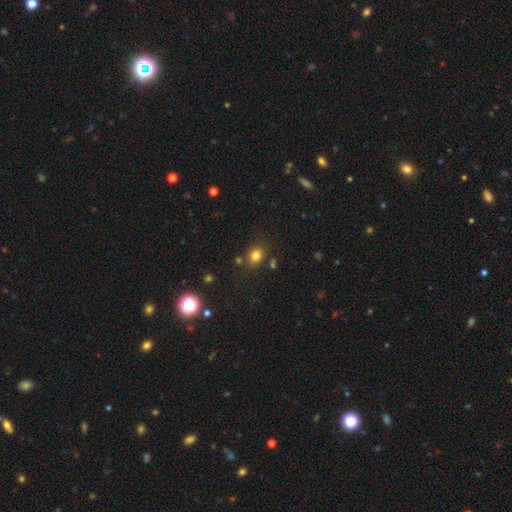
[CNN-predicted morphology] Smooth or featured? Predicted: smooth (p=0.79). How rounded? Predicted: round (p=0.58). Merging? Predicted: none (p=0.76).